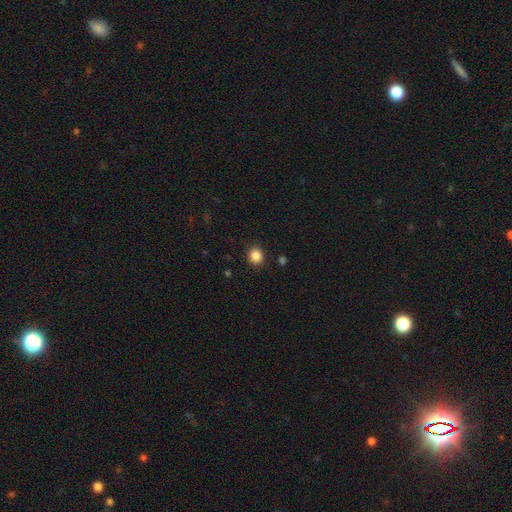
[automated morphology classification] Smooth or featured? Predicted: smooth (p=0.86). How rounded? Predicted: round (p=0.82). Merging? Predicted: none (p=0.88).